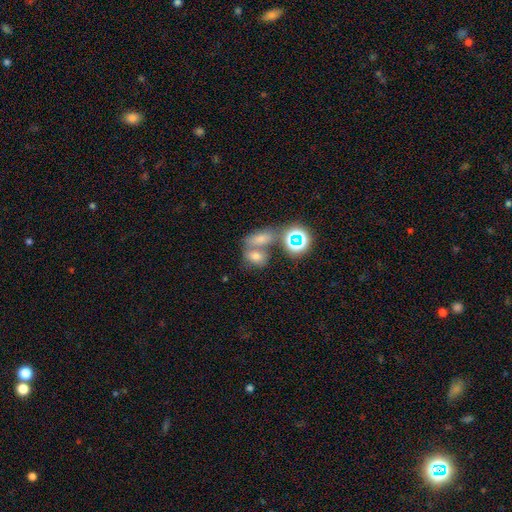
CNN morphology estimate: Q: Smooth or featured?
A: smooth (40%); runner-up: star or artifact (31%)
Q: Merging?
A: merger (45%); runner-up: none (38%)